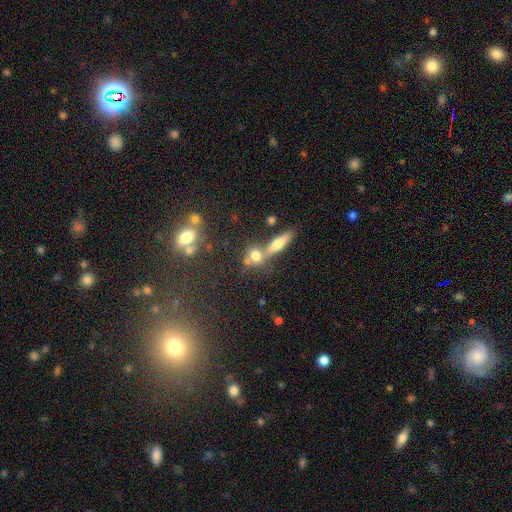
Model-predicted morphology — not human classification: The model was most divided on "merging": none: 49%, merger: 37%, minor disturbance: 9%, major disturbance: 5%. More confident: smooth or featured — smooth (67%); how rounded — round (59%).